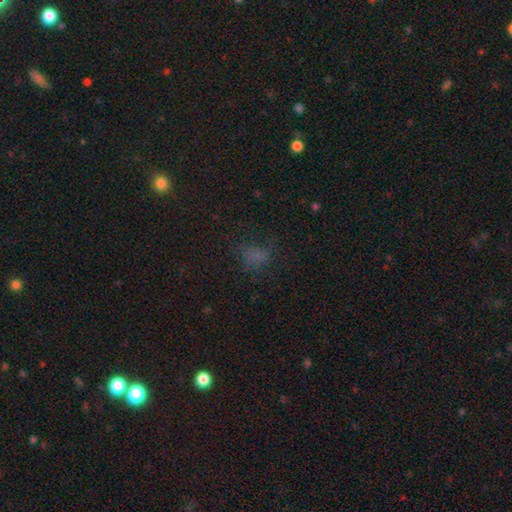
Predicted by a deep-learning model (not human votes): Smooth or featured?
  - smooth: 60% *
  - star or artifact: 29%
  - featured or disk: 12%
How rounded?
  - in between: 66% *
  - round: 30%
  - cigar-shaped: 4%
Merging?
  - none: 56% *
  - minor disturbance: 22%
  - major disturbance: 19%
  - merger: 2%